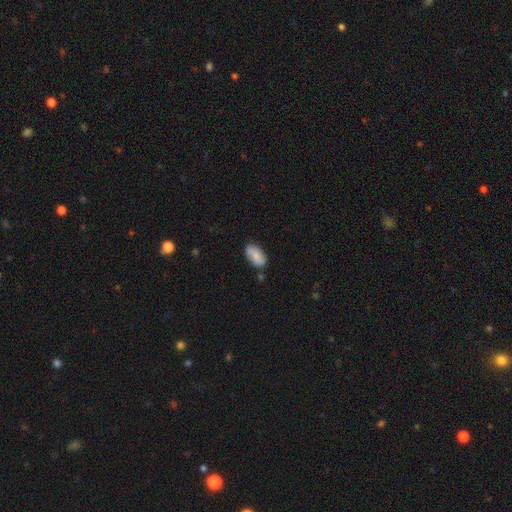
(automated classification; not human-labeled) The model was most divided on "smooth or featured": smooth: 71%, featured or disk: 22%, star or artifact: 7%. More confident: how rounded — in between (93%); merging — none (75%).